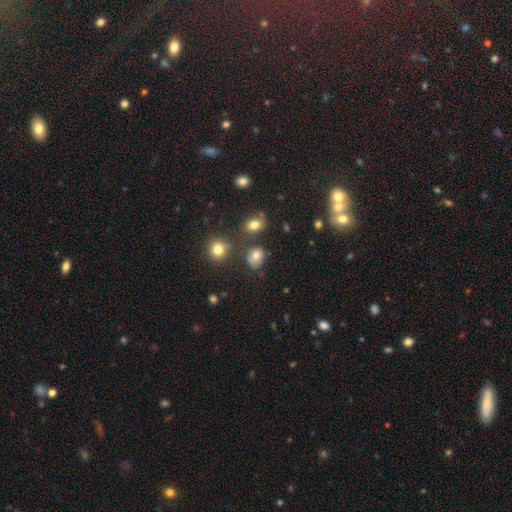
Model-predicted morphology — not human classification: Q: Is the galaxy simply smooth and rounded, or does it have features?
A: smooth — 73%.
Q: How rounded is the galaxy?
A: in between — 53%.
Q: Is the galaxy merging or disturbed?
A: none — 70%.